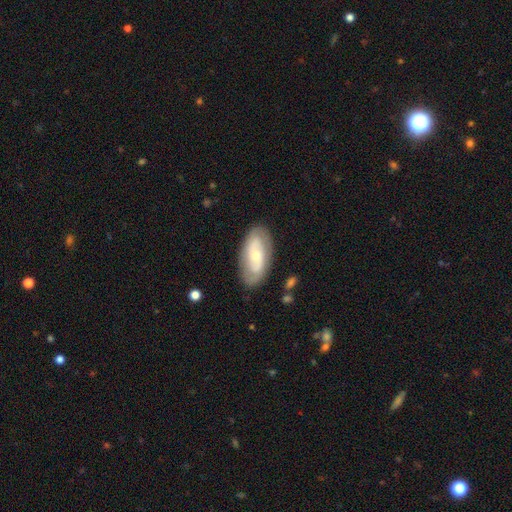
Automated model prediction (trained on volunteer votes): Q: Smooth or featured?
A: featured or disk (59%); runner-up: smooth (35%)
Q: Edge-on disk?
A: no (91%); runner-up: yes (9%)
Q: Bar?
A: no (58%); runner-up: weak (30%)
Q: Spiral arms?
A: yes (69%); runner-up: no (31%)
Q: Bulge size?
A: small (48%); runner-up: moderate (46%)
Q: Merging?
A: none (82%); runner-up: minor disturbance (13%)